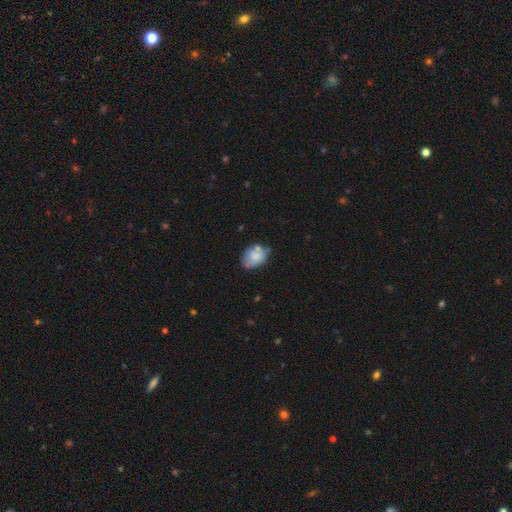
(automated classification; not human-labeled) smooth 74%, featured or disk 18%, star or artifact 8%. Down the decision tree: how rounded — in between (79%); merging — none (53%).